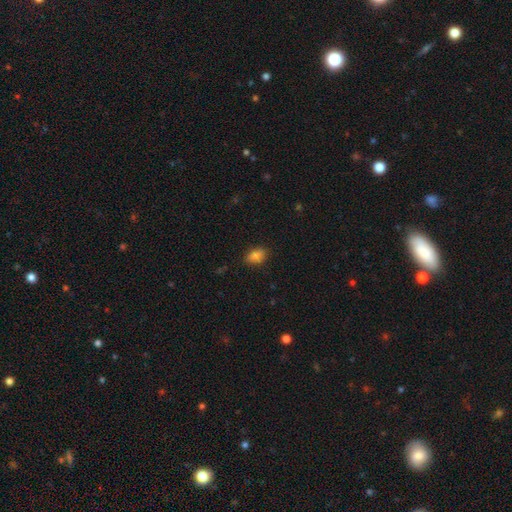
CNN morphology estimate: Overall: smooth (84%). How rounded: in between (81%). Merging: none (84%).